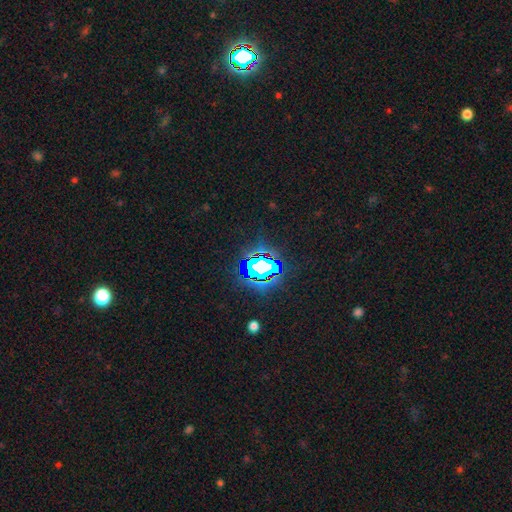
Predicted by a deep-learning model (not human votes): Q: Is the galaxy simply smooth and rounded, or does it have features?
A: star or artifact — 76%.